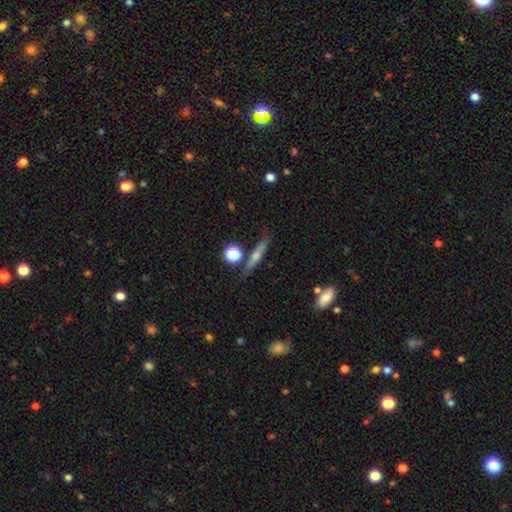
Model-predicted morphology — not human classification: Smooth or featured? smooth (53%)
How rounded? cigar-shaped (77%)
Merging? none (76%)